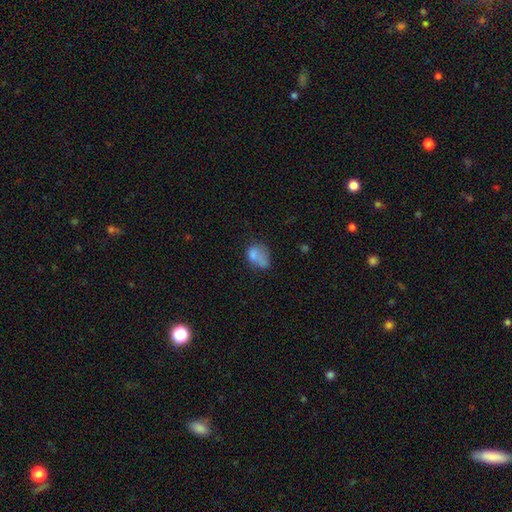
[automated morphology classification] smooth_or_featured: smooth (p=0.71) [alt: featured or disk p=0.17]
how_rounded: in between (p=0.68) [alt: round p=0.30]
merging: merger (p=0.31) [alt: none p=0.27]